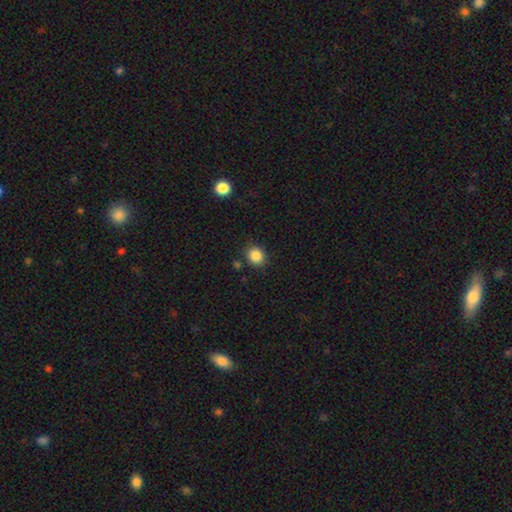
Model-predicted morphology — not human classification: This appears to be a smooth galaxy with no disk features (86%) that is round (73%). Merging: none (84%).